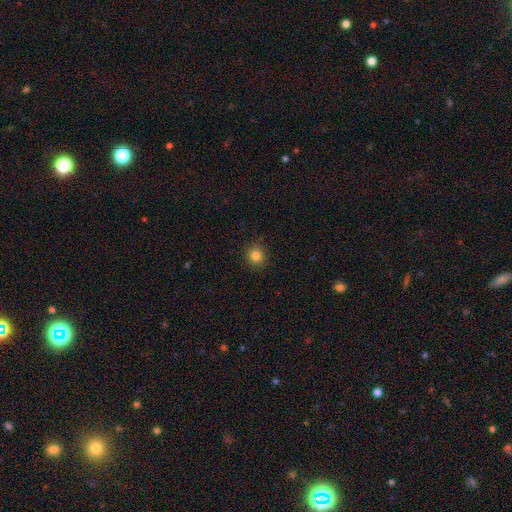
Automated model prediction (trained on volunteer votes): A smooth galaxy with no disk features (83%) that is round (91%). Merging: none (91%).